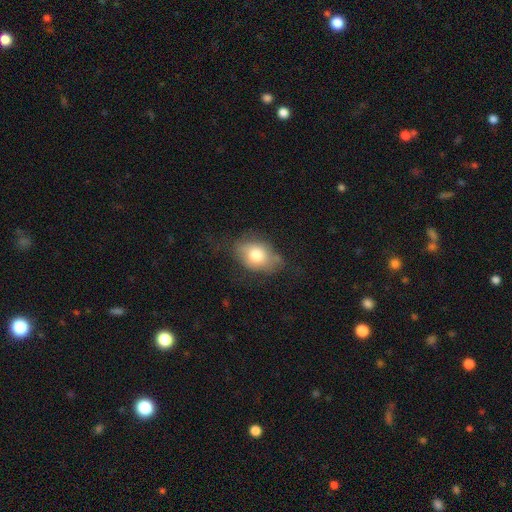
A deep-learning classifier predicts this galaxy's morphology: smooth 73%, featured or disk 19%, star or artifact 8%. Down the decision tree: how rounded — in between (76%); merging — none (58%).